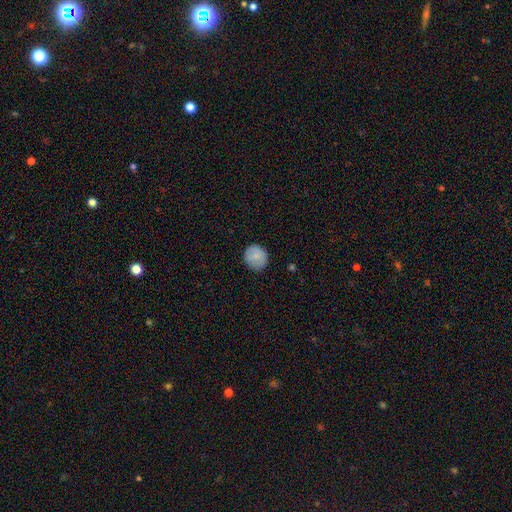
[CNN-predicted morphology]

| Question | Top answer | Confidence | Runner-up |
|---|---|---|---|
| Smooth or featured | smooth | 82% | featured or disk (10%) |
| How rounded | round | 83% | in between (16%) |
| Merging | none | 83% | minor disturbance (13%) |